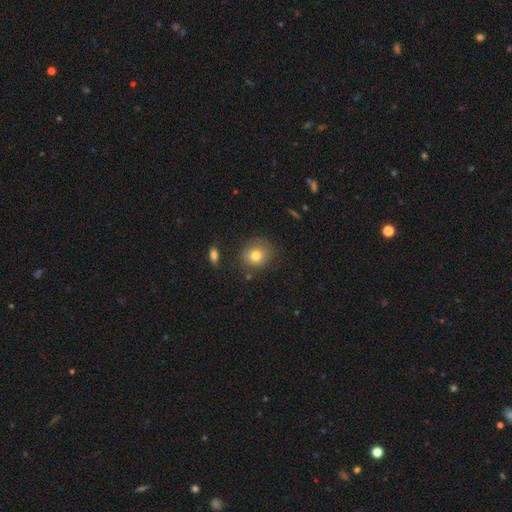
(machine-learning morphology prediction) Q: Smooth or featured?
A: smooth (78%); runner-up: featured or disk (11%)
Q: How rounded?
A: round (79%); runner-up: in between (20%)
Q: Merging?
A: none (78%); runner-up: minor disturbance (14%)